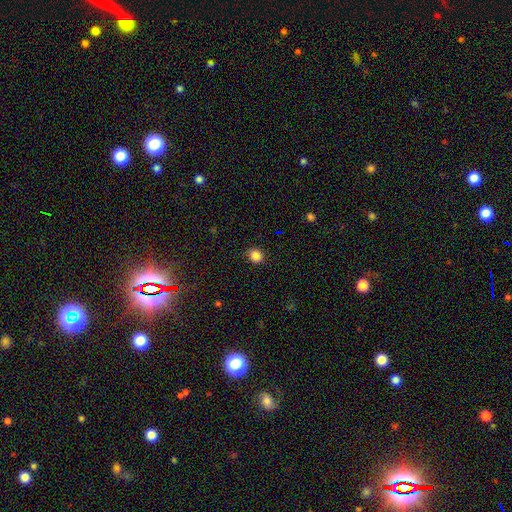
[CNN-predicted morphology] A smooth galaxy with no disk features (85%) that is round (80%). Merging: none (88%).